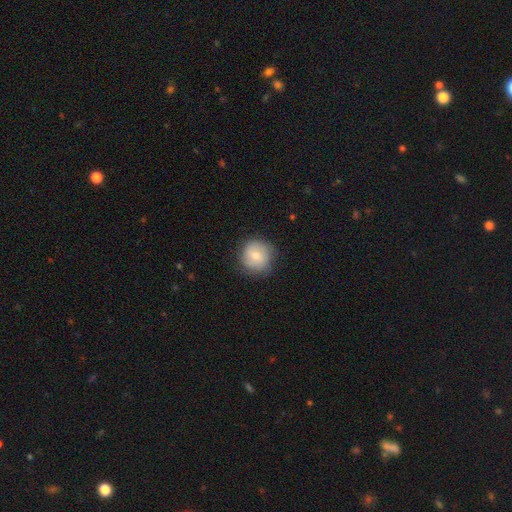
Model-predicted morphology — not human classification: Smooth or featured? Predicted: smooth (p=0.71). How rounded? Predicted: round (p=0.91). Merging? Predicted: none (p=0.77).